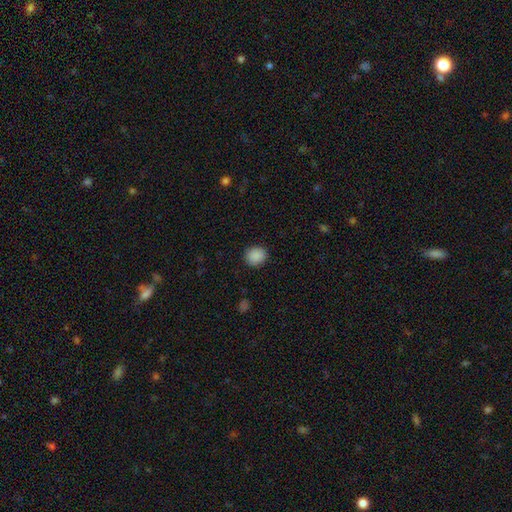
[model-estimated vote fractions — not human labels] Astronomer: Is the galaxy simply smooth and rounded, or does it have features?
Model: smooth — 89%.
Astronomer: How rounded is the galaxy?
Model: round — 82%.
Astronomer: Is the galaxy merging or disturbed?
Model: none — 90%.